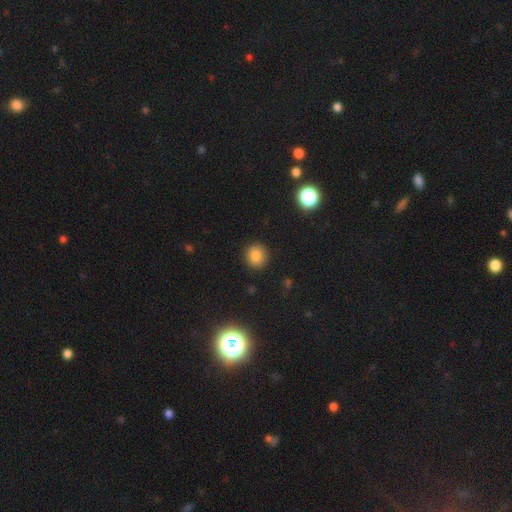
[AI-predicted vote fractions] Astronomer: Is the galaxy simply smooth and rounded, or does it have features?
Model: smooth — 83%.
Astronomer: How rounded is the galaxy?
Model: round — 89%.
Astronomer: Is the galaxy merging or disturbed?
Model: none — 90%.